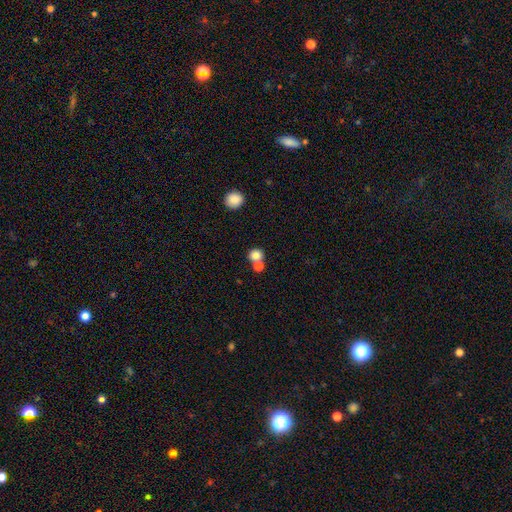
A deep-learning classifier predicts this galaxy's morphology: A smooth galaxy with no disk features (81%) that is round (85%). Merging: none (54%).